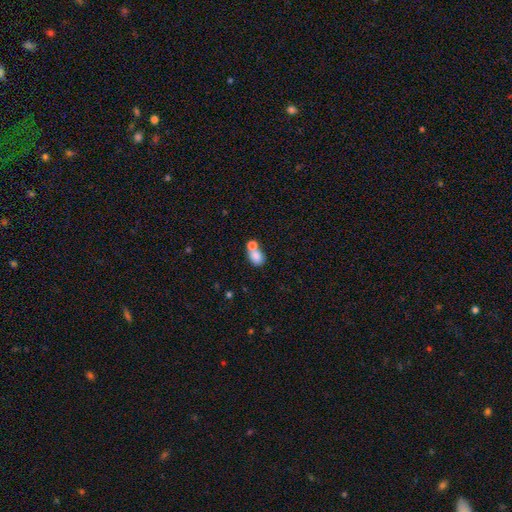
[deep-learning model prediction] Smooth or featured? Predicted: smooth (p=0.81). How rounded? Predicted: in between (p=0.68). Merging? Predicted: merger (p=0.54).